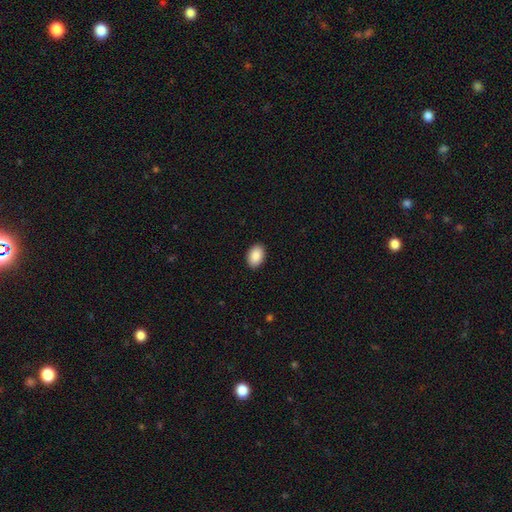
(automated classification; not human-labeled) Smooth or featured? smooth (89%)
How rounded? in between (87%)
Merging? none (91%)